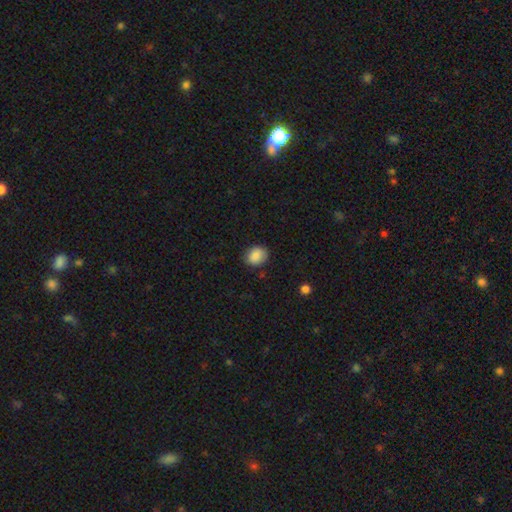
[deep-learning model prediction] This is clearly a smooth galaxy (88%). How rounded: possibly round (52%). Merging: clearly none (82%).